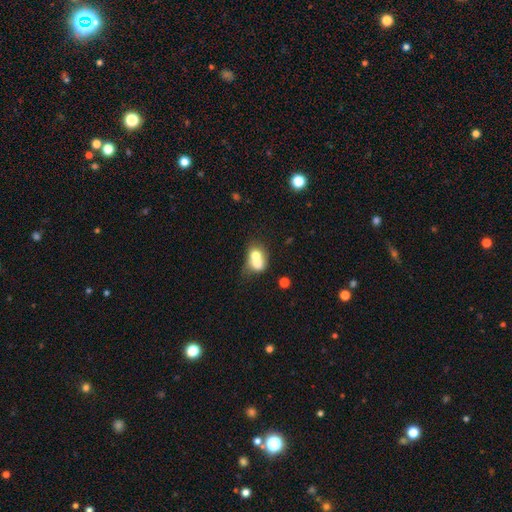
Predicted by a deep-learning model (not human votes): This appears to be a smooth galaxy with no disk features (65%) that is round (52%). Merging: merger (70%).